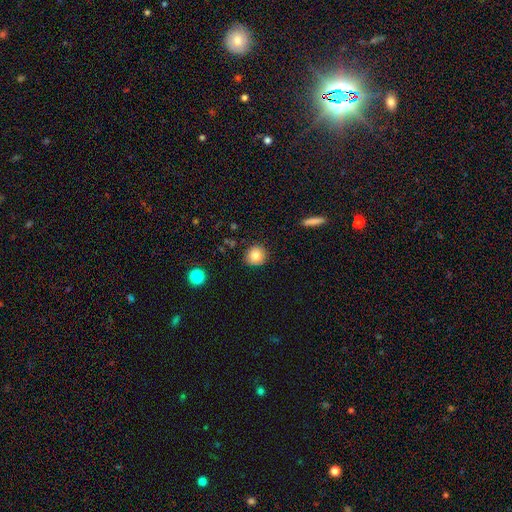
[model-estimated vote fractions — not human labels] Smooth or featured: smooth — 82% (star or artifact — 9%)
How rounded: round — 91% (in between — 8%)
Merging: none — 89% (minor disturbance — 7%)